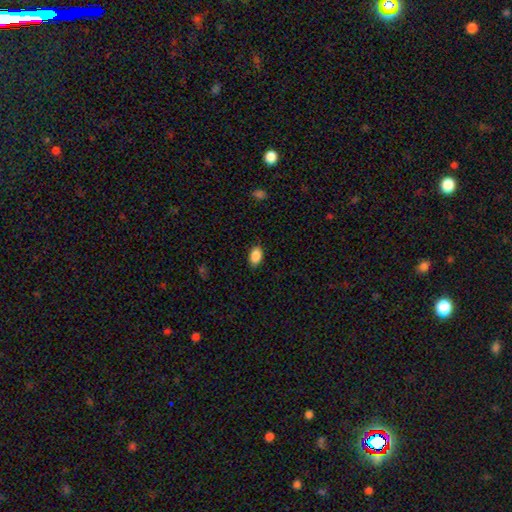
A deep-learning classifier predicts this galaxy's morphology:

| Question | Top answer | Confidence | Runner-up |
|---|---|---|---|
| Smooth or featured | smooth | 89% | star or artifact (7%) |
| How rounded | in between | 91% | round (8%) |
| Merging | none | 86% | minor disturbance (10%) |